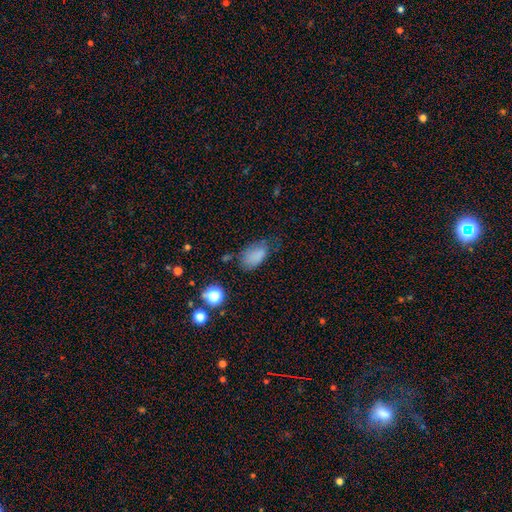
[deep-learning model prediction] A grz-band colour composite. It shows a smooth galaxy with no disk features (79%) that is in between round and cigar-shaped (90%). Merging: none (51%).